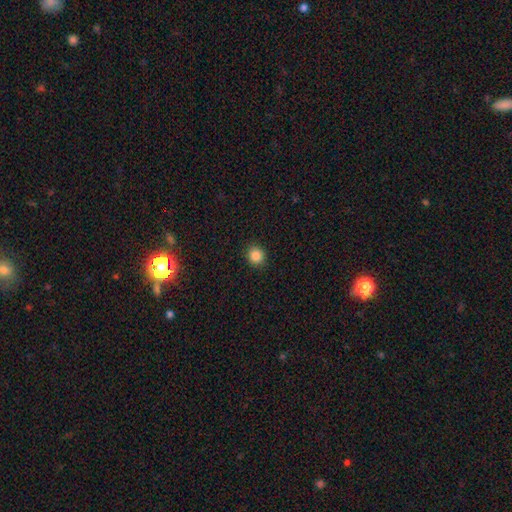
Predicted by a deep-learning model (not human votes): A smooth galaxy with no disk features (86%) that is round (86%).

Vote fractions:
- Smooth or featured? smooth: 86% / star or artifact: 11% / featured or disk: 4%
- How rounded? round: 86% / in between: 13% / cigar-shaped: 1%
- Merging? none: 92% / minor disturbance: 5% / major disturbance: 2% / merger: 1%